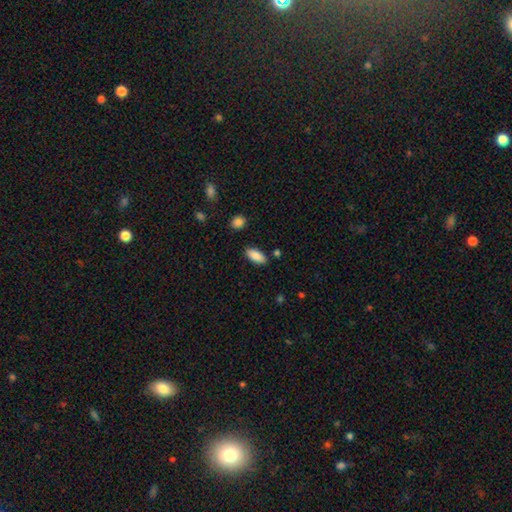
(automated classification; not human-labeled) Smooth or featured: smooth — 87% (featured or disk — 7%)
How rounded: in between — 83% (cigar-shaped — 15%)
Merging: none — 86% (minor disturbance — 10%)